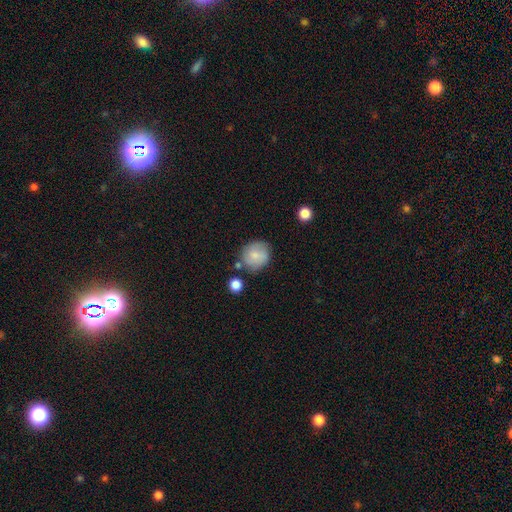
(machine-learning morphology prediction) smooth 74%, featured or disk 18%, star or artifact 8%. Down the decision tree: how rounded — round (83%); merging — none (71%).